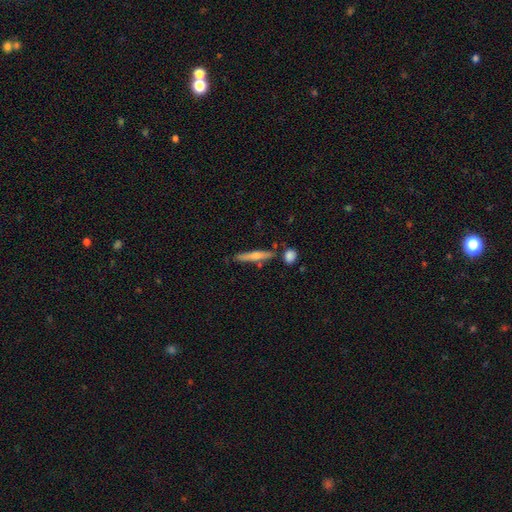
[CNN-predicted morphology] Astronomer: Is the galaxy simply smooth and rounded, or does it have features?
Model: featured or disk — 60%.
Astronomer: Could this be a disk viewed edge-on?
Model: yes — 95%.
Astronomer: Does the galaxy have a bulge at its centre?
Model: rounded — 76%.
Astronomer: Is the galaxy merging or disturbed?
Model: none — 77%.